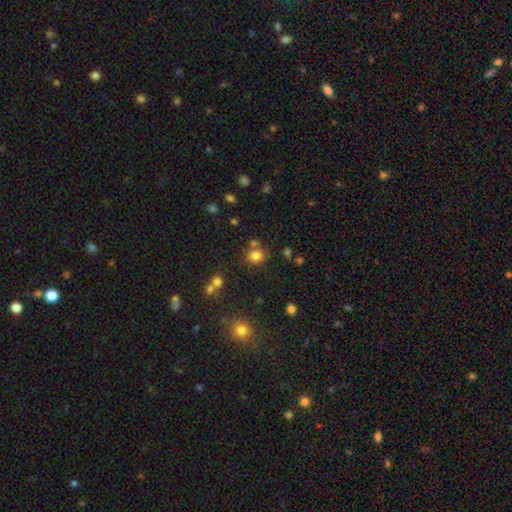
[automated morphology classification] smooth_or_featured: smooth (p=0.78) [alt: star or artifact p=0.15]
how_rounded: round (p=0.77) [alt: in between p=0.22]
merging: none (p=0.70) [alt: merger p=0.15]